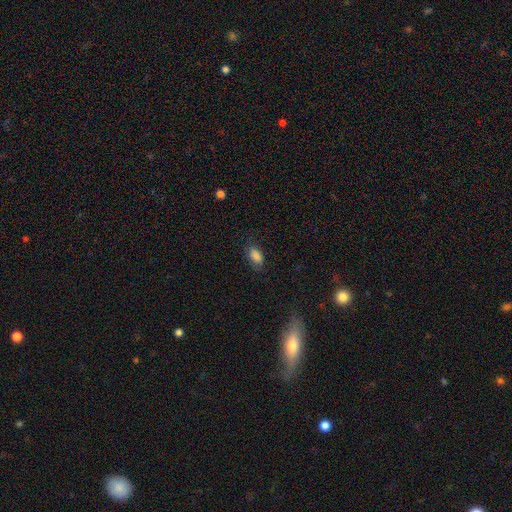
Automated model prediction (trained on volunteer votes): smooth-or-featured: smooth: 85% | star or artifact: 9% | featured or disk: 6%
  how-rounded: in between: 91% | round: 6% | cigar-shaped: 3%
  merging: none: 75% | minor disturbance: 18% | major disturbance: 6% | merger: 1%